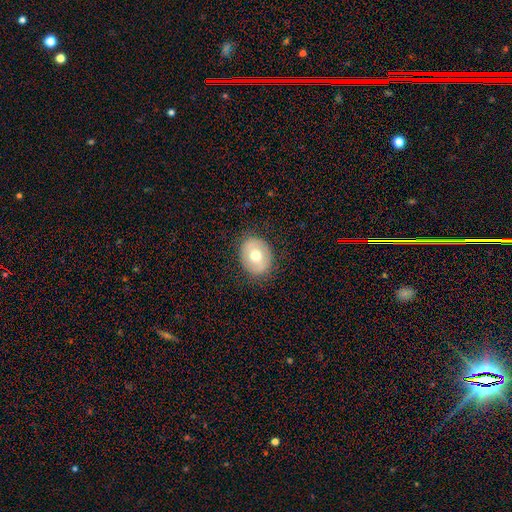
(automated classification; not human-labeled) Smooth or featured? smooth (64%)
How rounded? round (57%)
Merging? none (85%)